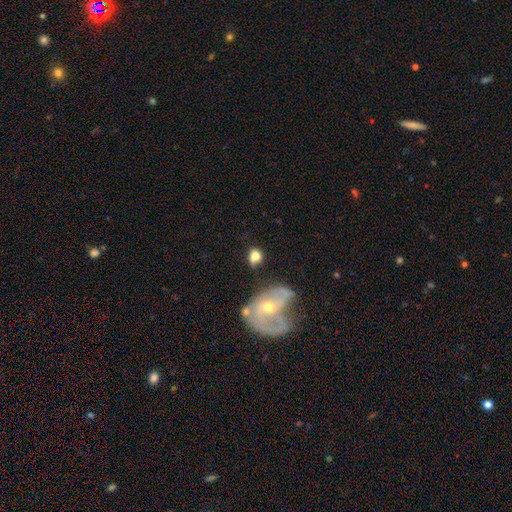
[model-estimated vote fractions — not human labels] Smooth or featured: smooth — 71% (featured or disk — 19%)
How rounded: in between — 50% (round — 48%)
Merging: none — 48% (minor disturbance — 22%)